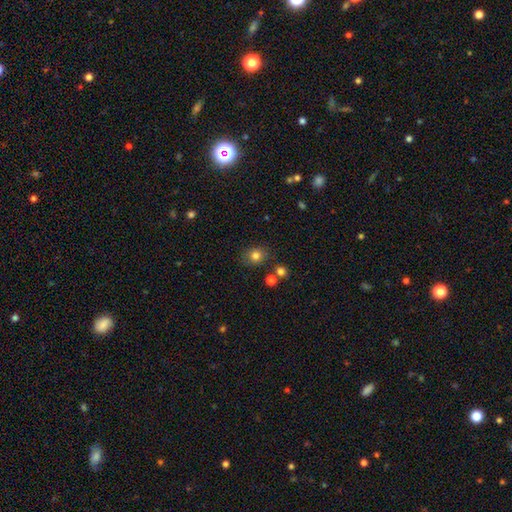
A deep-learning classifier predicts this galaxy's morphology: smooth_or_featured: smooth (p=0.80) [alt: star or artifact p=0.13]
how_rounded: round (p=0.69) [alt: in between p=0.30]
merging: none (p=0.80) [alt: minor disturbance p=0.11]